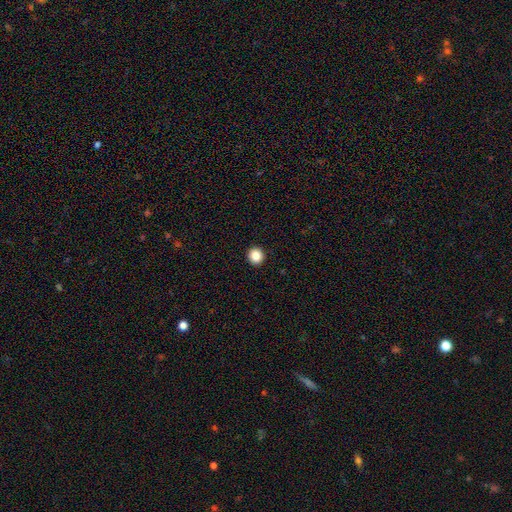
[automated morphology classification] Q: Smooth or featured?
A: smooth (87%); runner-up: star or artifact (10%)
Q: How rounded?
A: round (88%); runner-up: in between (11%)
Q: Merging?
A: none (93%); runner-up: minor disturbance (4%)